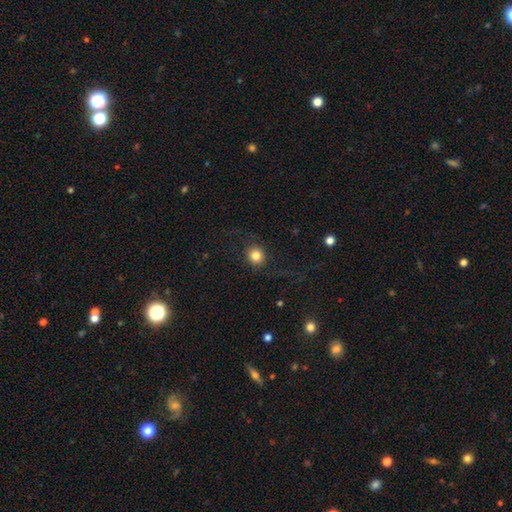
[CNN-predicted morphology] Smooth or featured: smooth — 80% (star or artifact — 11%)
How rounded: round — 88% (in between — 11%)
Merging: none — 82% (minor disturbance — 9%)